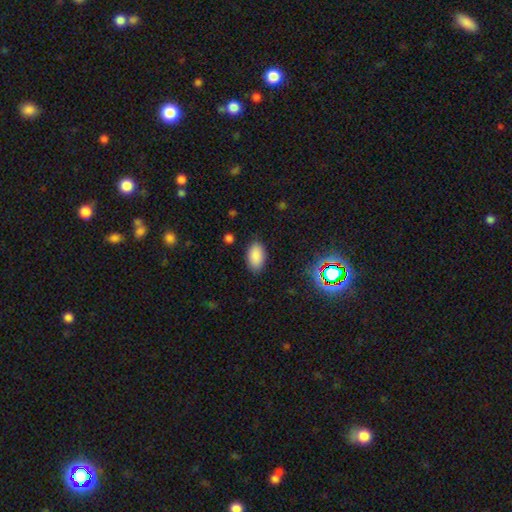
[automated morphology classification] Q: Smooth or featured?
A: smooth (88%); runner-up: star or artifact (9%)
Q: How rounded?
A: in between (94%); runner-up: round (5%)
Q: Merging?
A: none (86%); runner-up: minor disturbance (11%)